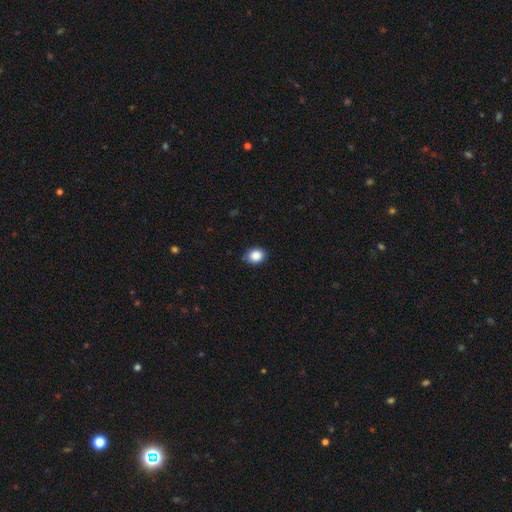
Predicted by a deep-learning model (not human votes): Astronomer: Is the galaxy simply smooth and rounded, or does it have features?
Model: smooth — 87%.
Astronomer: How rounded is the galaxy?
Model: round — 55% (runner-up: in between, 44%).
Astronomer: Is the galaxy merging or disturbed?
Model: none — 84%.